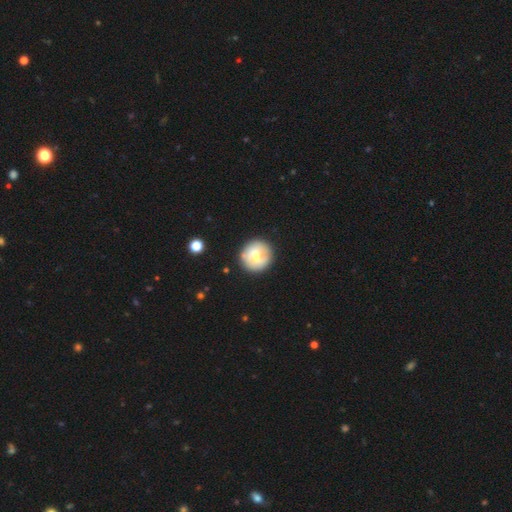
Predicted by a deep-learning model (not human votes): Smooth or featured? Predicted: smooth (p=0.63). How rounded? Predicted: round (p=0.93). Merging? Predicted: none (p=0.81).